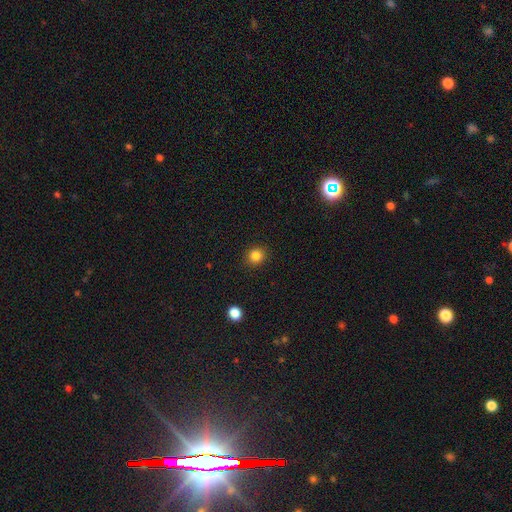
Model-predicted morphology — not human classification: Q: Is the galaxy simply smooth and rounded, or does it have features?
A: smooth — 84%.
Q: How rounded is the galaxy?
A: round — 84%.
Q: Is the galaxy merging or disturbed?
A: none — 90%.